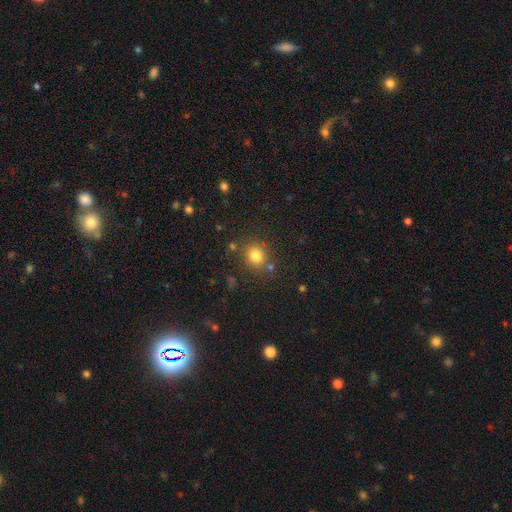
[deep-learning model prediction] Smooth or featured: smooth — 80% (star or artifact — 13%)
How rounded: round — 78% (in between — 21%)
Merging: none — 79% (minor disturbance — 10%)